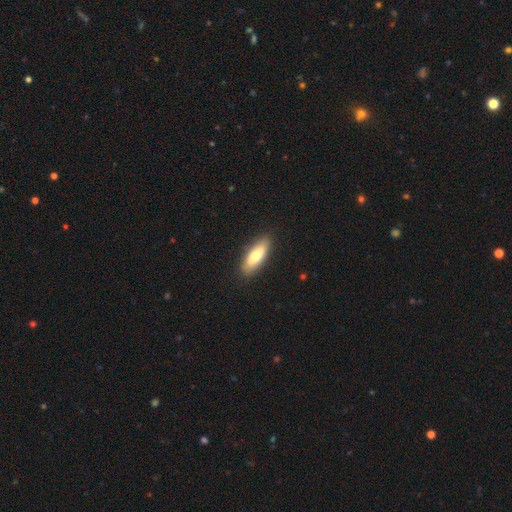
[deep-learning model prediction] Smooth or featured? smooth (71%)
How rounded? in between (60%)
Merging? none (87%)